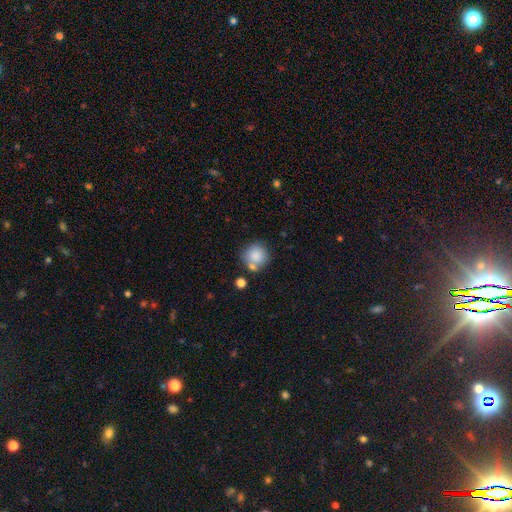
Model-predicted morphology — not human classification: Q: Smooth or featured?
A: smooth (84%); runner-up: star or artifact (9%)
Q: How rounded?
A: round (91%); runner-up: in between (8%)
Q: Merging?
A: none (64%); runner-up: merger (18%)